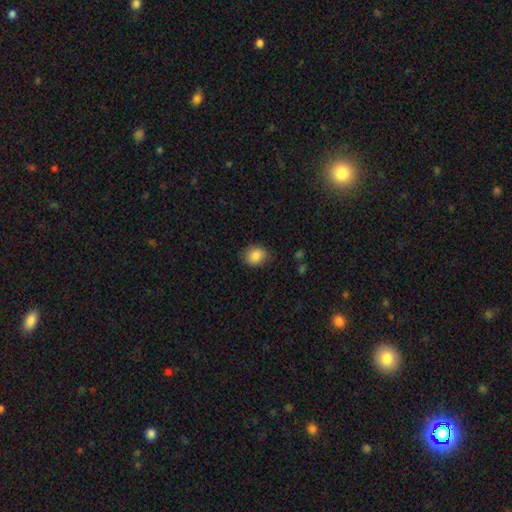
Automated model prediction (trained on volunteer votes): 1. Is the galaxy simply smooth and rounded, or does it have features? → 87% smooth, 8% star or artifact, 5% featured or disk.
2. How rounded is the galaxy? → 59% round, 40% in between, 1% cigar-shaped.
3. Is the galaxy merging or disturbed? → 81% none, 15% minor disturbance, 3% major disturbance, 1% merger.